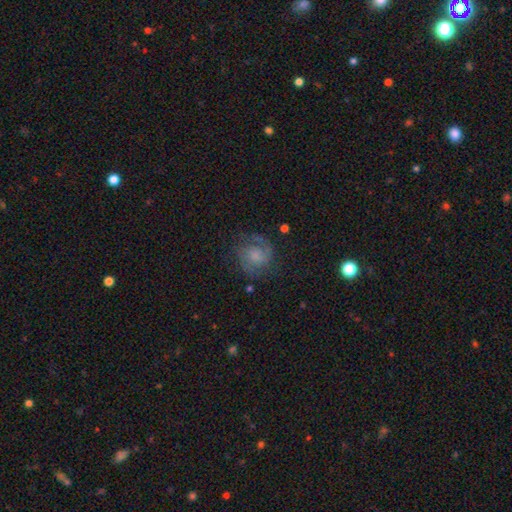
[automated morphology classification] This is likely a featured or disk galaxy (67%). It is clearly not viewed edge-on (98%). Bar: likely no (65%). Spiral arm pattern: clearly yes (93%). Spiral arm count: likely 2 (73%). Spiral winding: possibly medium (47%). Central bulge: marginally small (29%, tied with moderate). Merging: likely none (70%).